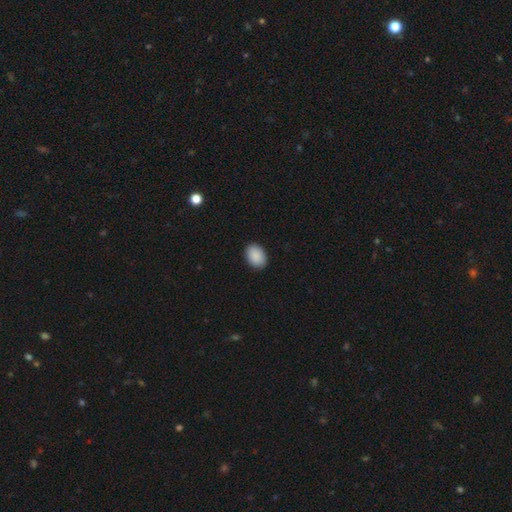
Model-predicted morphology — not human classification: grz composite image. It shows a smooth galaxy with no disk features (90%) that is in between round and cigar-shaped (80%). Merging: none (90%).